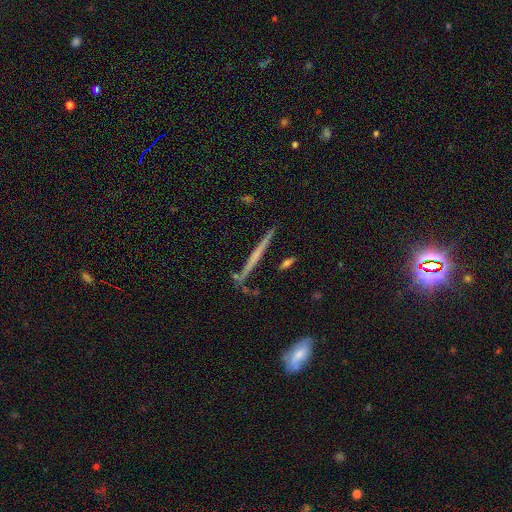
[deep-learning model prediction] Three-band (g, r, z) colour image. It shows a featured or disk galaxy (64%) viewed edge-on (97%) with no central bulge (66%). Merging: none (87%).